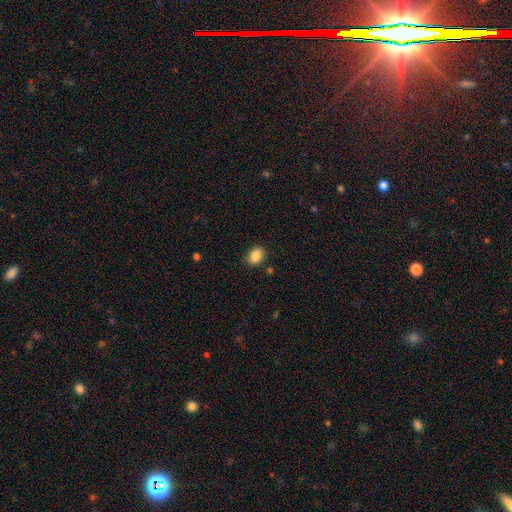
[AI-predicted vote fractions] Smooth or featured? Predicted: smooth (p=0.87). How rounded? Predicted: in between (p=0.63). Merging? Predicted: none (p=0.85).